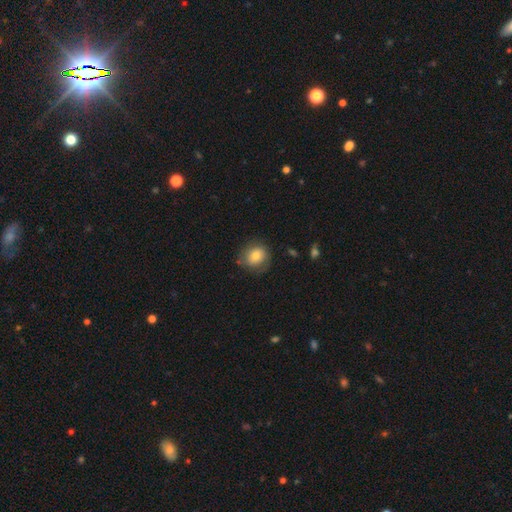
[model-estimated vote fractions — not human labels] Smooth or featured? Predicted: smooth (p=0.76). How rounded? Predicted: round (p=0.71). Merging? Predicted: none (p=0.71).